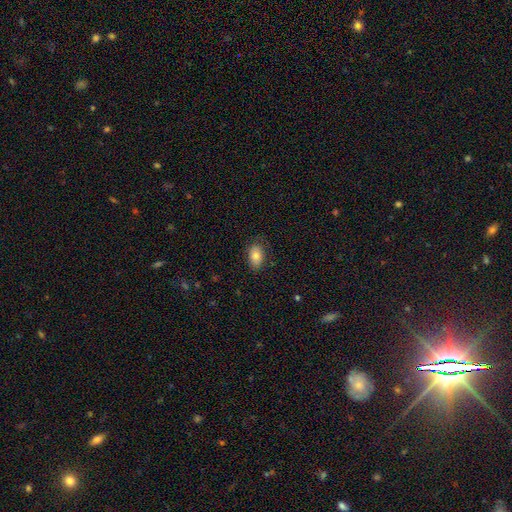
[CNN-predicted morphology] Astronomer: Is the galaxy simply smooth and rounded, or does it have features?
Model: smooth — 81%.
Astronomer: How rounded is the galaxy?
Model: in between — 90%.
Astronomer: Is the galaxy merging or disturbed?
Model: none — 79%.